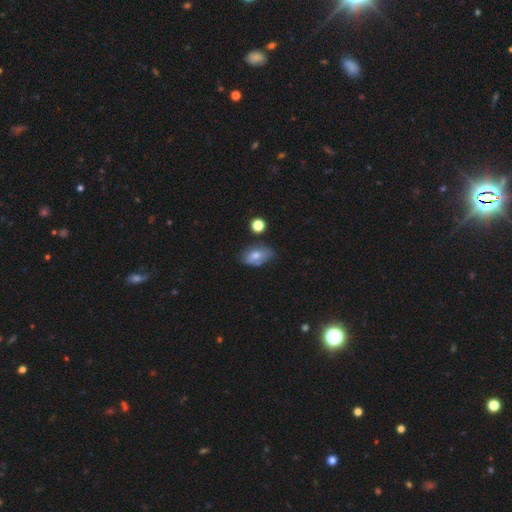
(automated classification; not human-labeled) smooth 62%, featured or disk 28%, star or artifact 9%. Down the decision tree: how rounded — in between (86%); merging — none (52%).